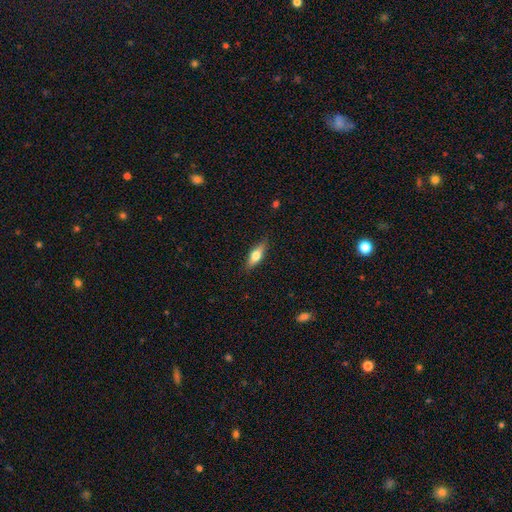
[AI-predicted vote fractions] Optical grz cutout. It shows a smooth galaxy with no disk features (60%) that is in between round and cigar-shaped (54%). Merging: none (83%).